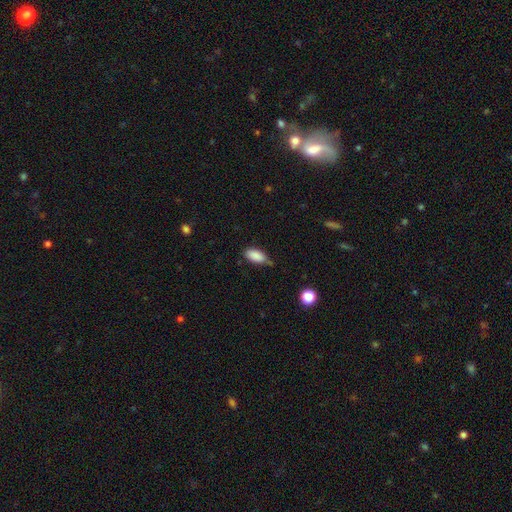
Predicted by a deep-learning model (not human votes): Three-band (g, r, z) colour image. It shows a smooth galaxy with no disk features (88%) that is in between round and cigar-shaped (91%). Merging: none (64%).